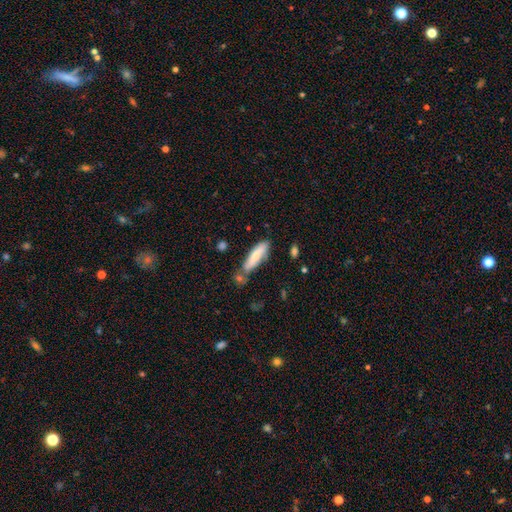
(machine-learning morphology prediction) smooth 69%, featured or disk 25%, star or artifact 6%. Down the decision tree: how rounded — cigar-shaped (63%); merging — none (67%).